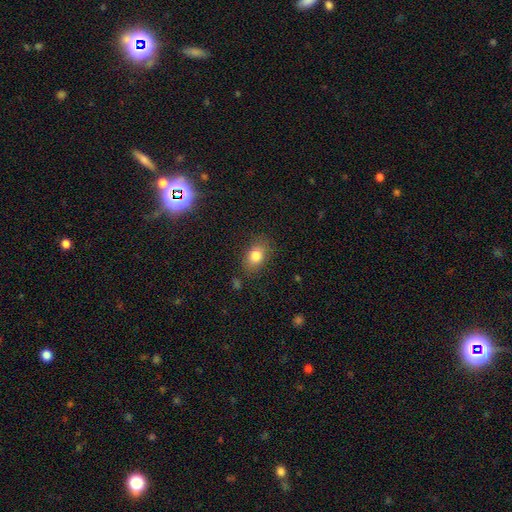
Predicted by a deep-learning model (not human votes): Smooth or featured? smooth (81%)
How rounded? in between (75%)
Merging? none (80%)